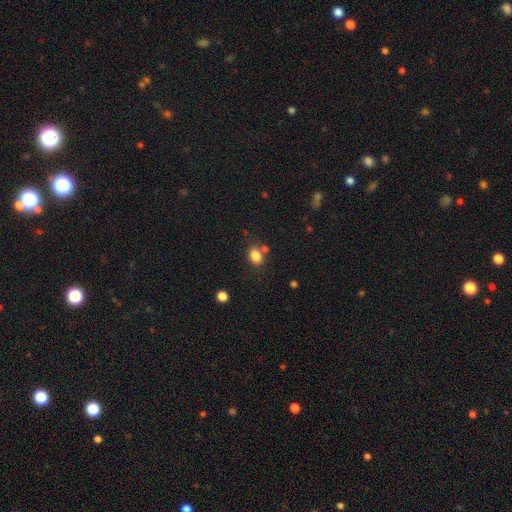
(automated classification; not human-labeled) Overall: smooth (84%). How rounded: in between (70%). Merging: none (69%).